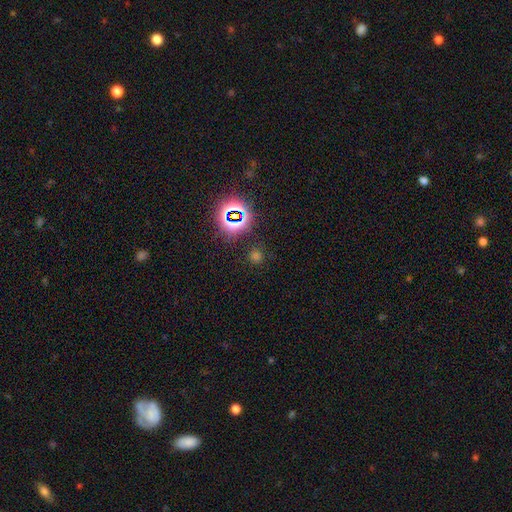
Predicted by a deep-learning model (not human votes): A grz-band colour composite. It shows a smooth galaxy with no disk features (50%) that is round (90%). Merging: none (84%).